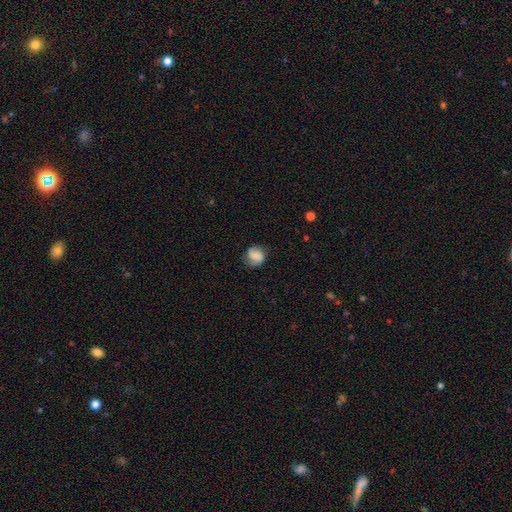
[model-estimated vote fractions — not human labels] smooth-or-featured: smooth: 49% | featured or disk: 42% | star or artifact: 9%
  merging: none: 69% | minor disturbance: 21% | major disturbance: 9% | merger: 2%